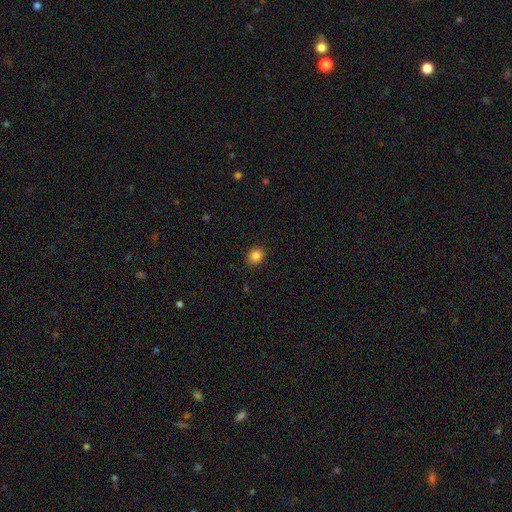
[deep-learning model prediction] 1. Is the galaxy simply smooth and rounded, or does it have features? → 84% smooth, 11% star or artifact, 5% featured or disk.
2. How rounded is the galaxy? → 70% round, 29% in between, 1% cigar-shaped.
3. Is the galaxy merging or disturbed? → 90% none, 7% minor disturbance, 2% major disturbance, 1% merger.